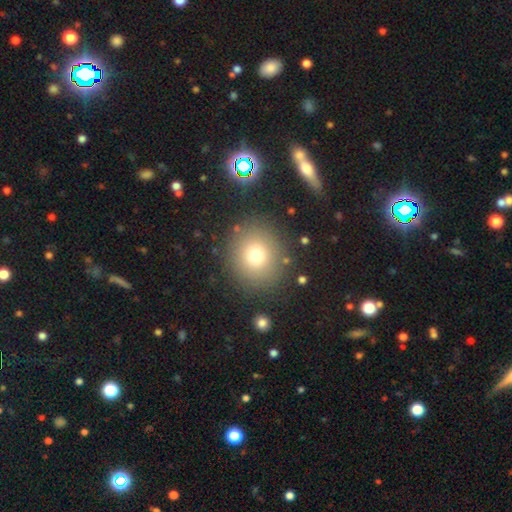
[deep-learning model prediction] Smooth or featured?
  - smooth: 73% *
  - star or artifact: 16%
  - featured or disk: 12%
How rounded?
  - round: 85% *
  - in between: 14%
  - cigar-shaped: 1%
Merging?
  - none: 85% *
  - minor disturbance: 8%
  - major disturbance: 4%
  - merger: 3%